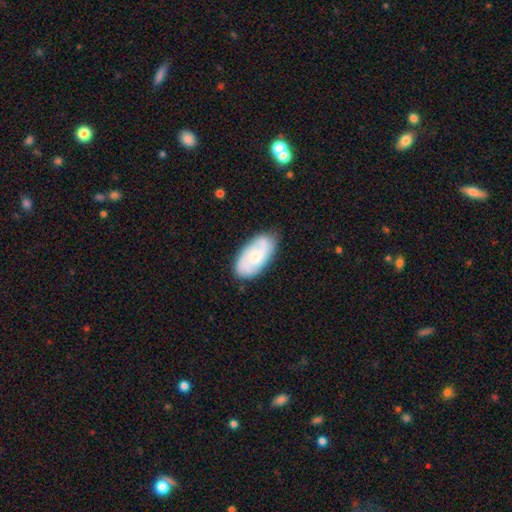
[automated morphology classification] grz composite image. It shows a featured or disk galaxy (60%) with no bar (68%), 2 (51%) medium (42%) spiral arms (91%) and a small central bulge (54%). Merging: none (80%).